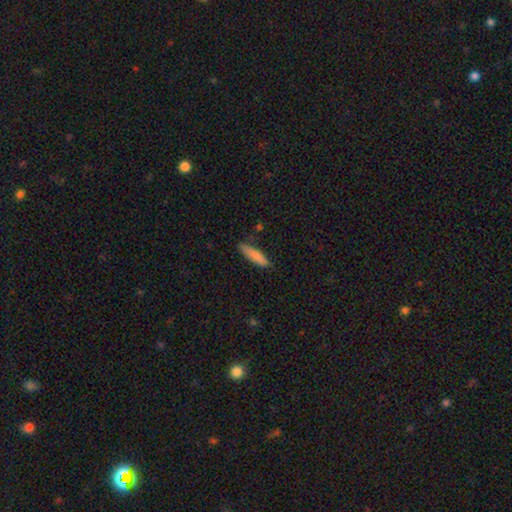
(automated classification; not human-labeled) Overall: smooth (83%). How rounded: cigar-shaped (68%; in between 30%). Merging: none (76%).